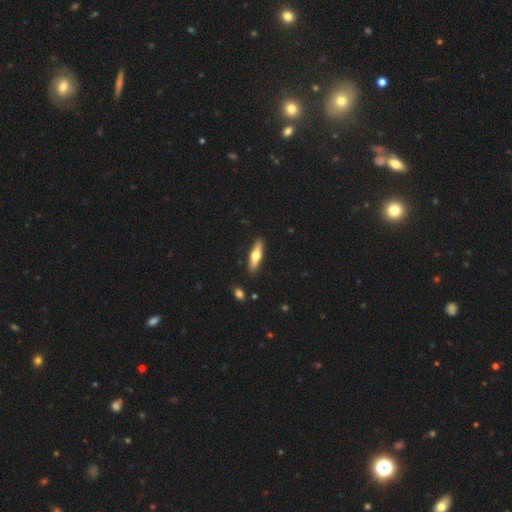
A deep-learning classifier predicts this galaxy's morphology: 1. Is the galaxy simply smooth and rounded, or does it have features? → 51% smooth, 44% featured or disk, 5% star or artifact.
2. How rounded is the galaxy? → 66% cigar-shaped, 32% in between, 2% round.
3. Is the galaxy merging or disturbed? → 88% none, 8% minor disturbance, 2% major disturbance, 1% merger.